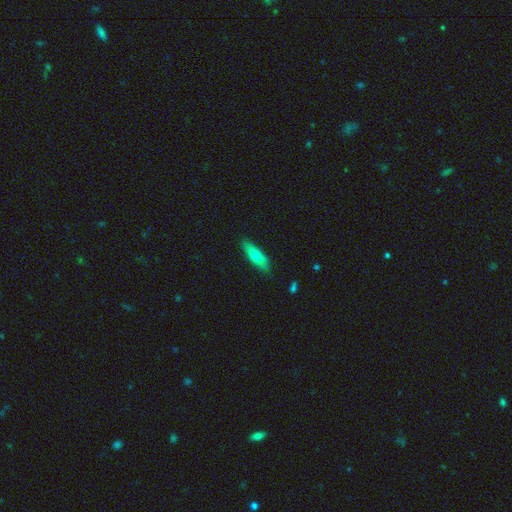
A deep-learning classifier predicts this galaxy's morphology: A smooth galaxy with no disk features (66%) that is cigar-shaped (63%).

Vote fractions:
- Smooth or featured? smooth: 66% / featured or disk: 27% / star or artifact: 6%
- How rounded? cigar-shaped: 63% / in between: 35% / round: 2%
- Merging? none: 84% / minor disturbance: 12% / major disturbance: 2% / merger: 1%